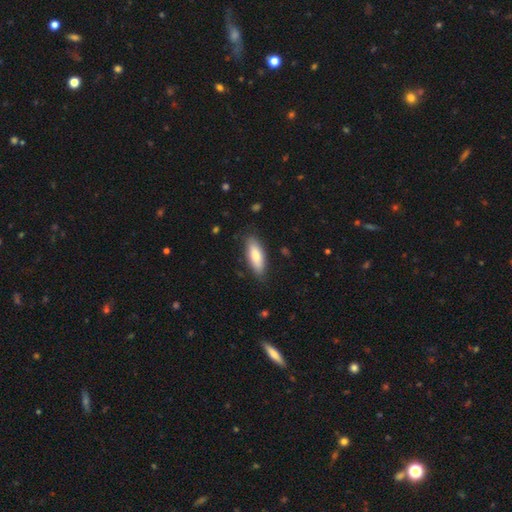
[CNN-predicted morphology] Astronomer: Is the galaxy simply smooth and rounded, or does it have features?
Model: smooth — 77%.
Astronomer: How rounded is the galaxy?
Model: in between — 64%.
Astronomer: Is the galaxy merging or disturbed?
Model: none — 84%.